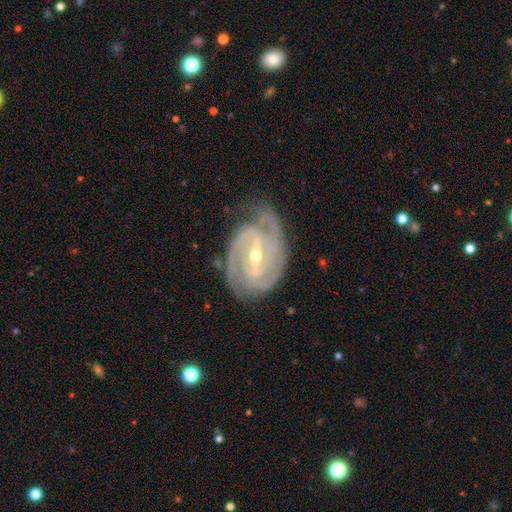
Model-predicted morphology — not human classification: Smooth or featured? Predicted: featured or disk (p=0.92). Edge-on disk? Predicted: no (p=0.97). Bar? Predicted: strong (p=0.51). Spiral arms? Predicted: yes (p=0.98). Spiral winding? Predicted: tight (p=0.61). Spiral arm count? Predicted: 2 (p=0.56). Bulge size? Predicted: small (p=0.55). Merging? Predicted: none (p=0.72).